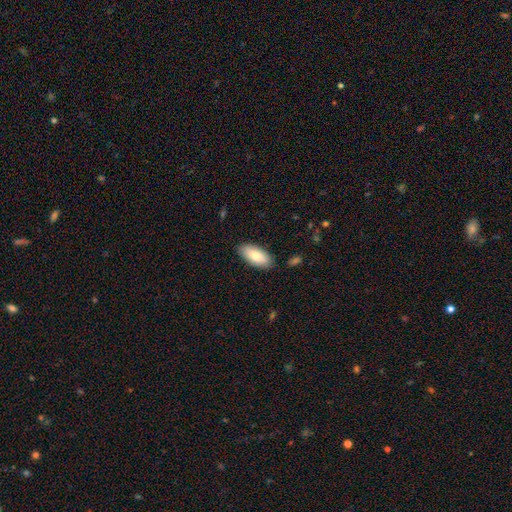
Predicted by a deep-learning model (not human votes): smooth 79%, featured or disk 15%, star or artifact 6%. Down the decision tree: how rounded — in between (89%); merging — none (86%).